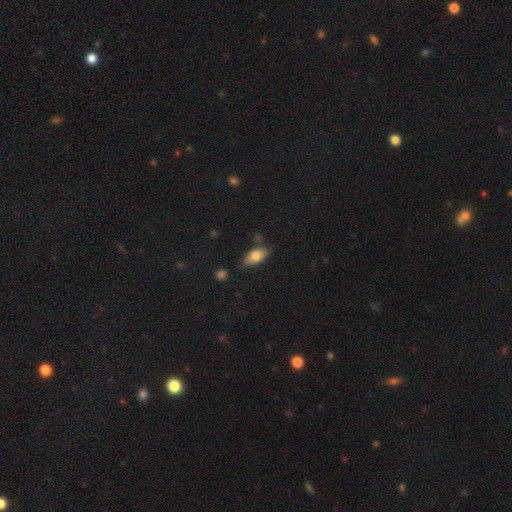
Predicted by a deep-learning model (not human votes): Smooth or featured? smooth (73%)
How rounded? in between (85%)
Merging? none (71%)